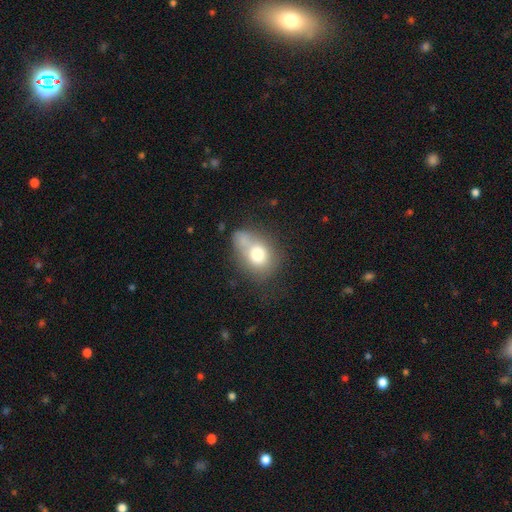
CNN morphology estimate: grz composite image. It shows a smooth galaxy with no disk features (73%) that is in between round and cigar-shaped (52%). Merging: none (33%).